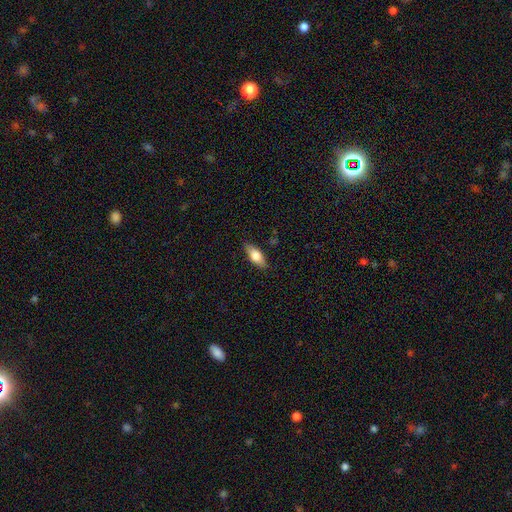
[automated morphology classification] smooth_or_featured: smooth (p=0.68) [alt: featured or disk p=0.26]
how_rounded: in between (p=0.77) [alt: cigar-shaped p=0.20]
merging: none (p=0.84) [alt: minor disturbance p=0.12]